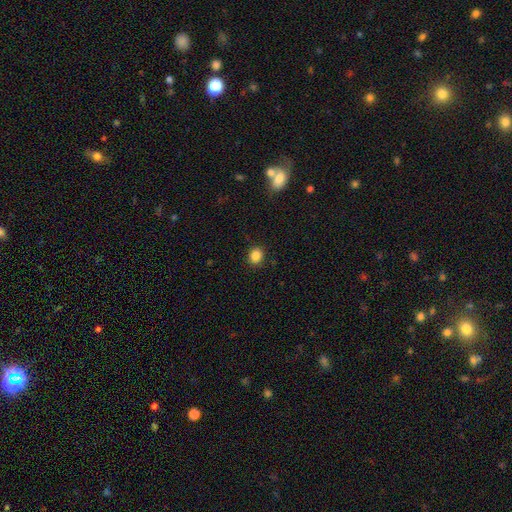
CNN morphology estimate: A smooth galaxy with no disk features (86%) that is round (64%). Merging: none (89%).